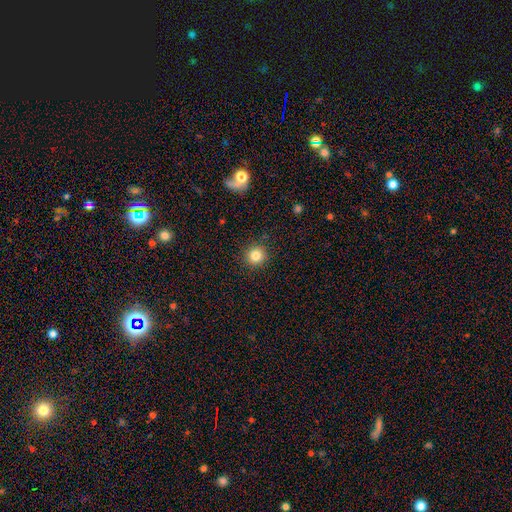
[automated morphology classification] A smooth galaxy with no disk features (83%) that is round (94%). Merging: none (91%).